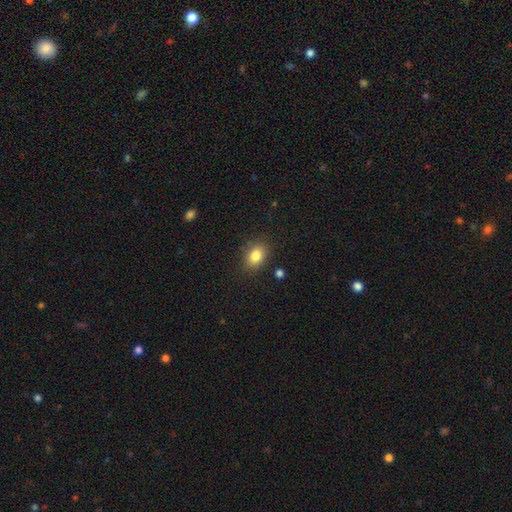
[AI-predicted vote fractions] The model was most divided on "how rounded": in between: 73%, round: 26%, cigar-shaped: 1%. More confident: merging — none (84%); smooth or featured — smooth (83%).